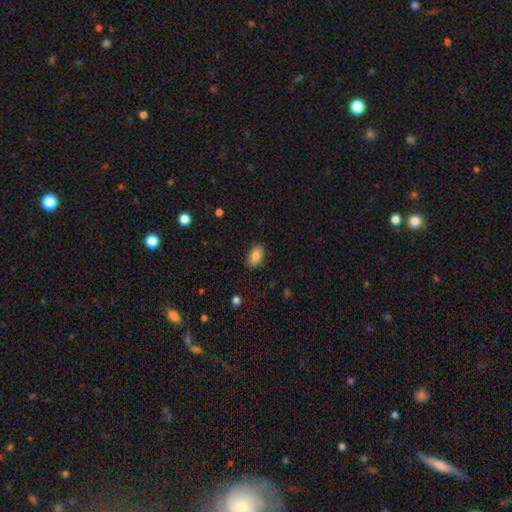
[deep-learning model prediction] Smooth or featured? smooth (85%)
How rounded? in between (91%)
Merging? none (87%)